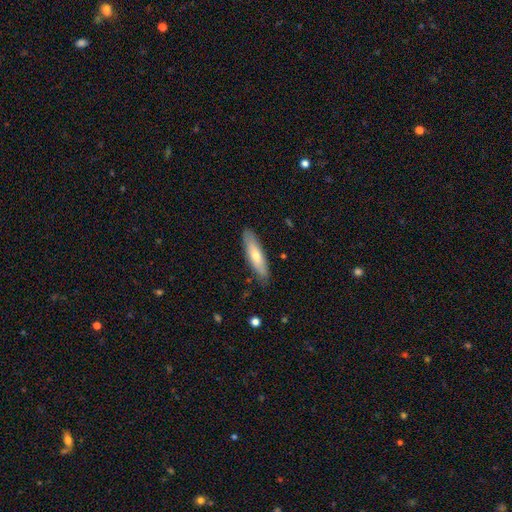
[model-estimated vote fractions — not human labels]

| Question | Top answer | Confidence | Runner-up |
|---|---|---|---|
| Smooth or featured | smooth | 62% | featured or disk (33%) |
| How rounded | cigar-shaped | 72% | in between (26%) |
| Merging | none | 86% | minor disturbance (11%) |